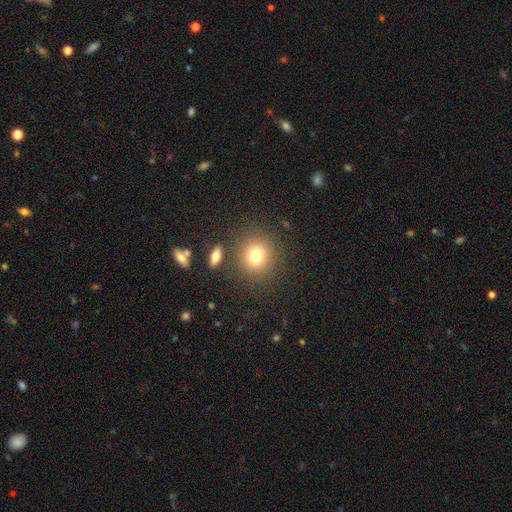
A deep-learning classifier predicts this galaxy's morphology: A smooth galaxy with no disk features (77%) that is round (86%). Merging: none (83%).